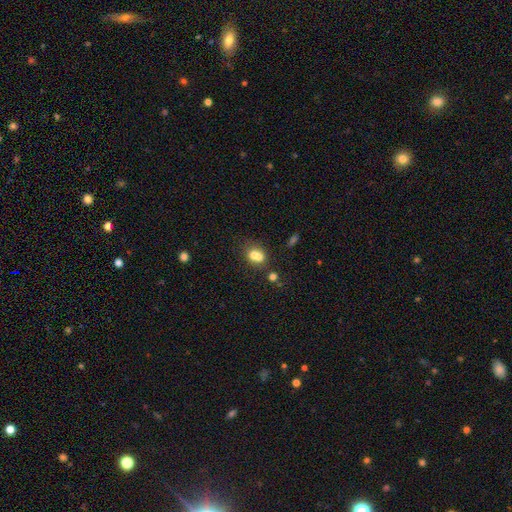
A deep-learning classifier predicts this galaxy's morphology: smooth 68%, featured or disk 19%, star or artifact 12%. Down the decision tree: how rounded — round (60%); merging — merger (58%).